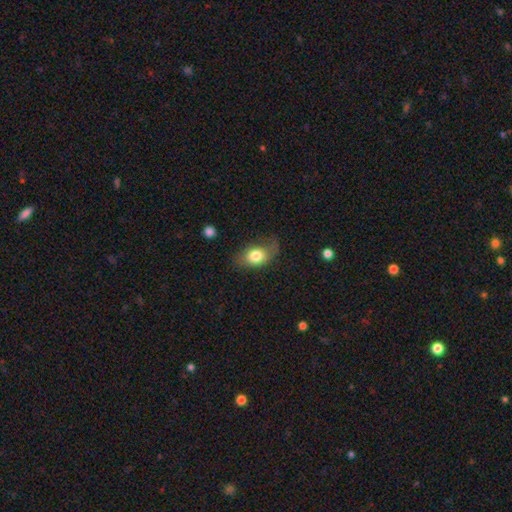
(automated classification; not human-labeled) Smooth or featured? smooth (75%)
How rounded? in between (74%)
Merging? none (53%)